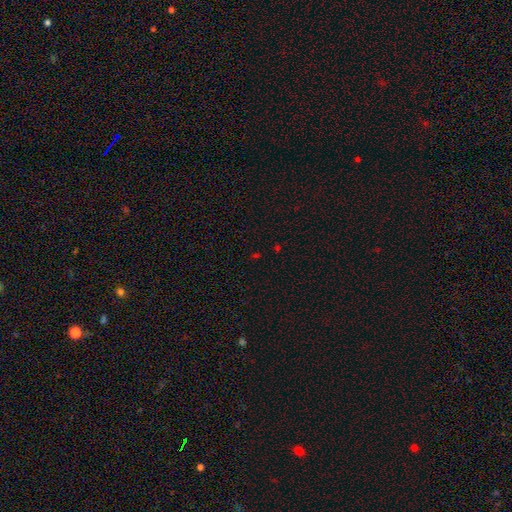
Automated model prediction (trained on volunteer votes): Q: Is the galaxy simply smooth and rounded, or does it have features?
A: star or artifact — 63%.